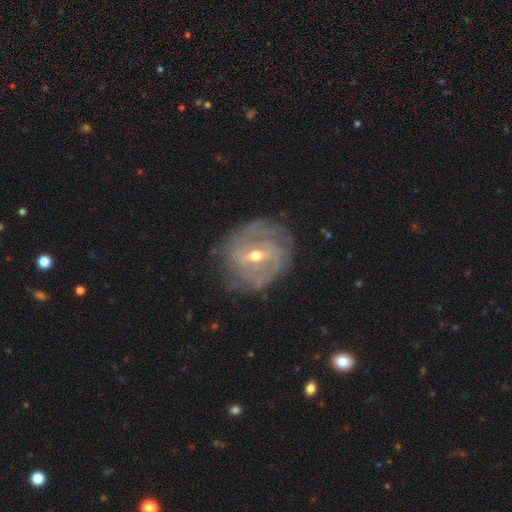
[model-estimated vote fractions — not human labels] smooth-or-featured: featured or disk: 85% | smooth: 9% | star or artifact: 6%
  disk-edge-on: no: 95% | yes: 5%
    bar: weak: 48% | strong: 36% | no: 16%
    has-spiral-arms: yes: 90% | no: 10%
      spiral-winding: tight: 64% | medium: 27% | loose: 9%
      spiral-arm-count: can't tell: 38% | 2: 25% | 3: 16% | 4: 10% | more than 4: 6% | 1: 5%
    bulge-size: moderate: 56% | small: 40% | large: 2% | none: 1% | dominant: 1%
  merging: none: 74% | minor disturbance: 18% | major disturbance: 7% | merger: 1%